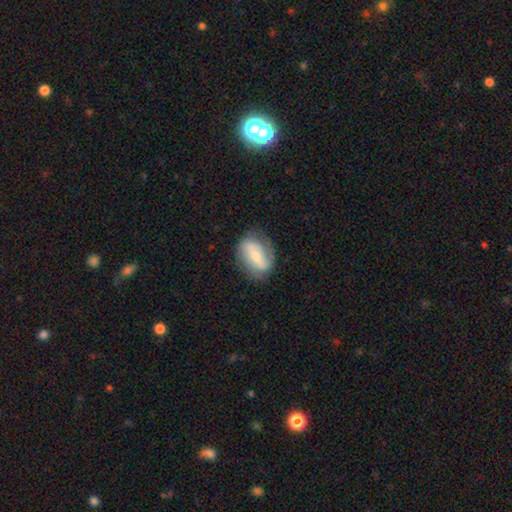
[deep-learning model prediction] A featured or disk galaxy (59%) with a strong bar (39%), spiral arms (77%) and a small central bulge (57%).

Vote fractions:
- Smooth or featured? featured or disk: 59% / smooth: 34% / star or artifact: 7%
- Edge-on disk? no: 94% / yes: 6%
- Bar? strong: 39% / weak: 33% / no: 28%
- Spiral arms? yes: 77% / no: 23%
- Bulge size? small: 57% / moderate: 35% / large: 4% / none: 4% / dominant: 1%
- Merging? none: 72% / minor disturbance: 19% / major disturbance: 7% / merger: 1%